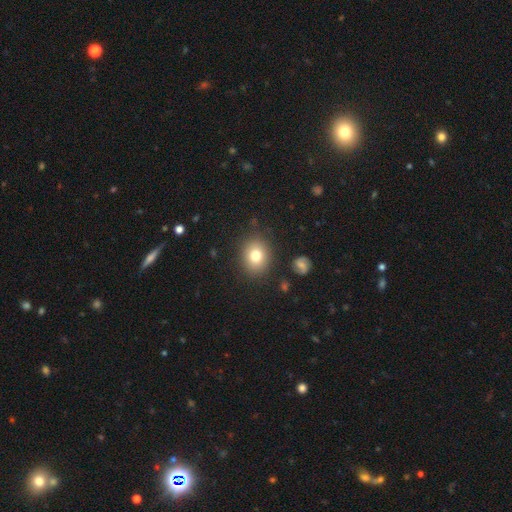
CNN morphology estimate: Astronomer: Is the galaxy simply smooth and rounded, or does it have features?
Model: smooth — 79%.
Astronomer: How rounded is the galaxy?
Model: round — 59% (runner-up: in between, 40%).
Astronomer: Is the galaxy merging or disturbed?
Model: none — 86%.